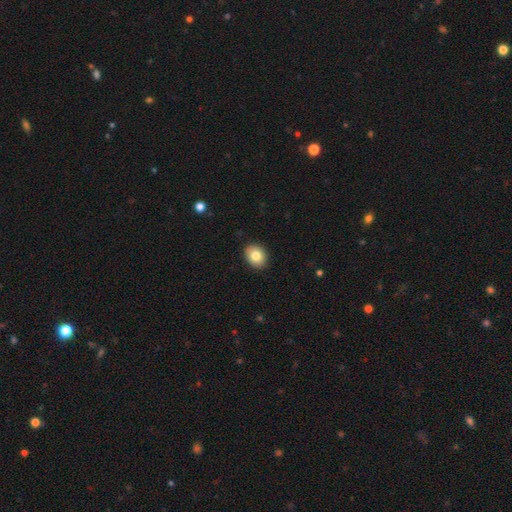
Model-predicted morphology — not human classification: smooth 82%, featured or disk 10%, star or artifact 8%. Down the decision tree: how rounded — in between (50%); merging — none (90%).